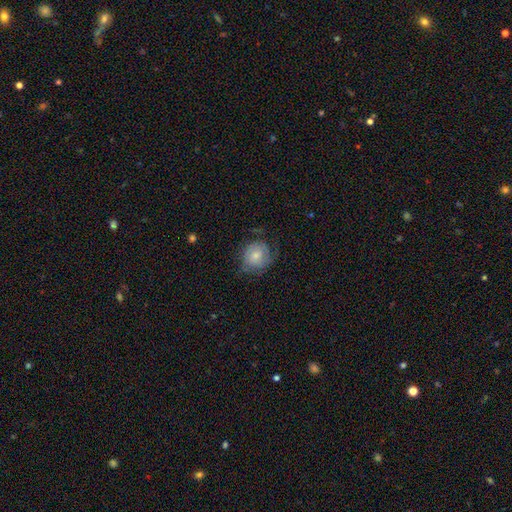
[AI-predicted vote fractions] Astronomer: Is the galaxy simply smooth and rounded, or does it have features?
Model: smooth — 54% (runner-up: featured or disk, 39%).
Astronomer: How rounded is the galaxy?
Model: round — 81%.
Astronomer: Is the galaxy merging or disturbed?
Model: none — 57%.